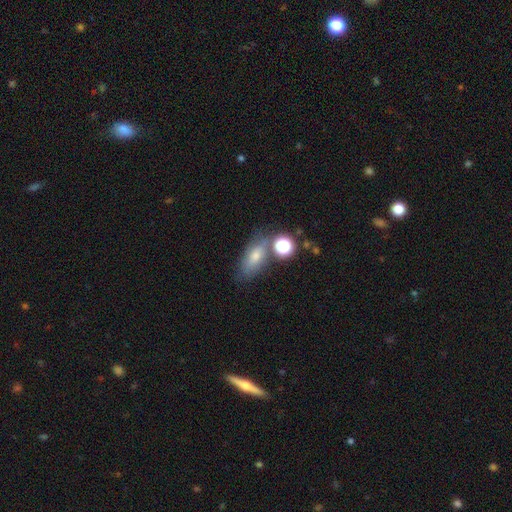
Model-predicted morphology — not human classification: smooth 62%, featured or disk 21%, star or artifact 18%. Down the decision tree: how rounded — in between (72%); merging — none (60%).